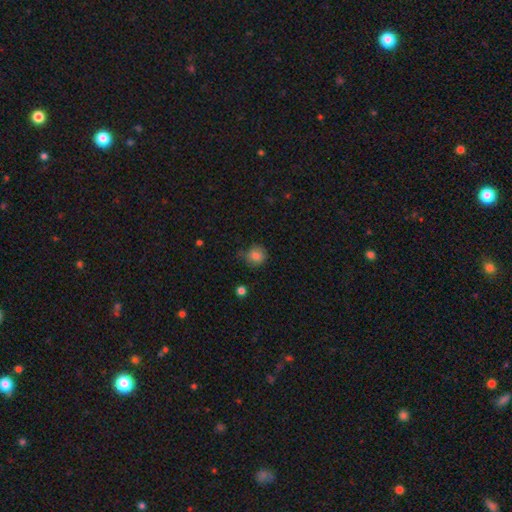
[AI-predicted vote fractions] smooth_or_featured: smooth (p=0.83) [alt: star or artifact p=0.10]
how_rounded: round (p=0.83) [alt: in between p=0.16]
merging: none (p=0.69) [alt: minor disturbance p=0.23]